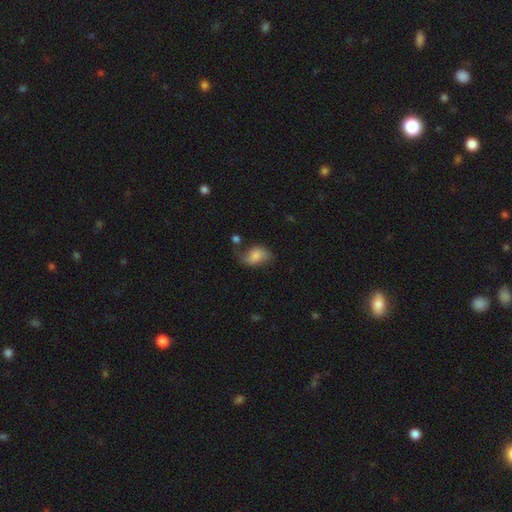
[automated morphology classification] smooth 56%, featured or disk 35%, star or artifact 9%. Down the decision tree: how rounded — in between (81%); merging — none (48%).